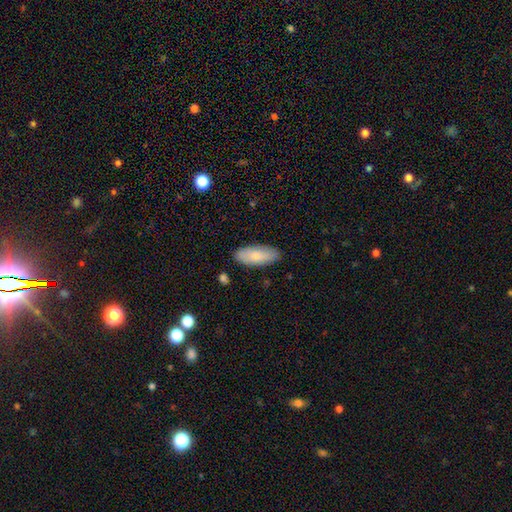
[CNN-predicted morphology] A smooth galaxy with no disk features (81%) that is in between round and cigar-shaped (82%). Merging: none (87%).